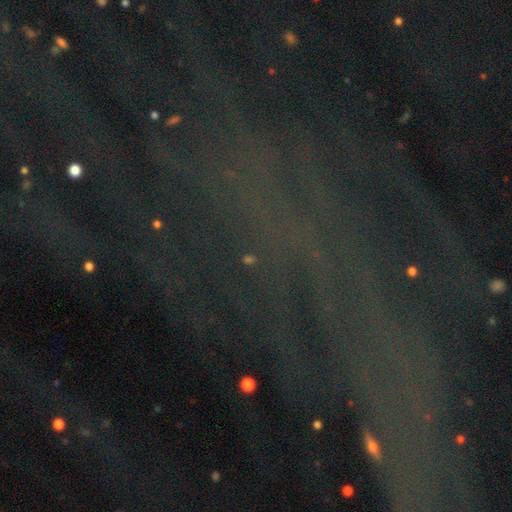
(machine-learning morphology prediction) This is clearly a star or artifact rather than a galaxy (81%).